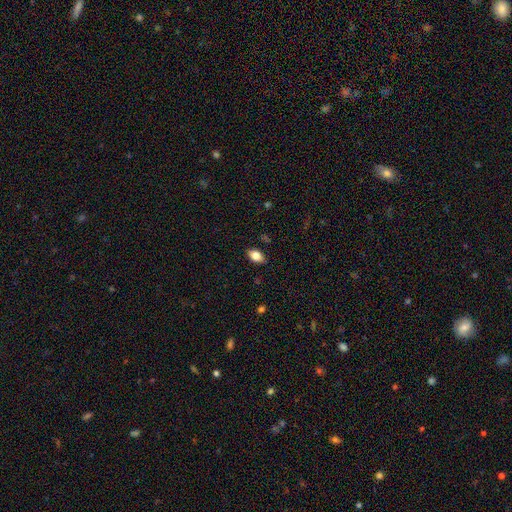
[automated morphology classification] This appears to be a smooth galaxy with no disk features (79%) that is in between round and cigar-shaped (88%). Merging: none (86%).